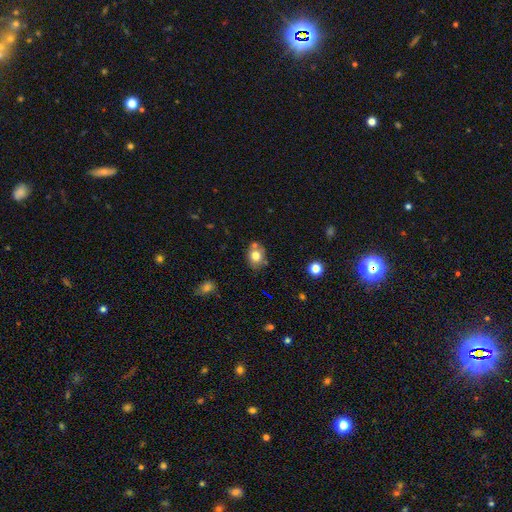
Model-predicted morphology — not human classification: Smooth or featured? smooth (76%)
How rounded? round (56%)
Merging? none (66%)